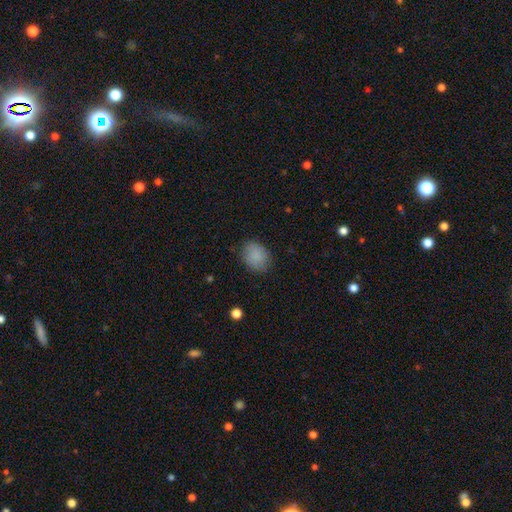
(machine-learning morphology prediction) A smooth galaxy with no disk features (86%) that is in between round and cigar-shaped (50%).

Vote fractions:
- Smooth or featured? smooth: 86% / star or artifact: 8% / featured or disk: 6%
- How rounded? in between: 50% / round: 49% / cigar-shaped: 1%
- Merging? none: 79% / minor disturbance: 16% / major disturbance: 4% / merger: 1%